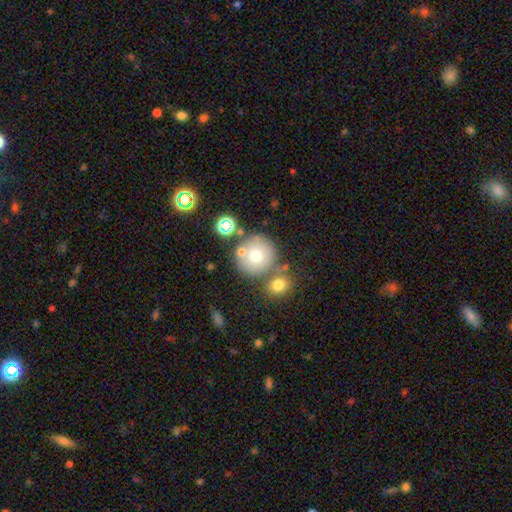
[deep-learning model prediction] smooth-or-featured: smooth: 69% | featured or disk: 18% | star or artifact: 14%
  how-rounded: round: 93% | in between: 6% | cigar-shaped: 1%
  merging: none: 65% | merger: 20% | minor disturbance: 11% | major disturbance: 4%